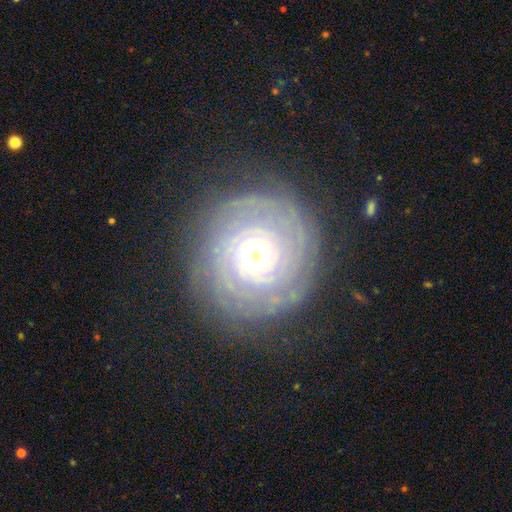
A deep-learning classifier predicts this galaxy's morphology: Overall: featured or disk (79%). Edge-on disk: no (97%). Bar: no (82%). Spiral arms: yes (93%). Spiral arm count: can't tell (39%; 2 16%). Spiral winding: tight (85%). Bulge size: small (49%; moderate 44%). Merging: none (82%).